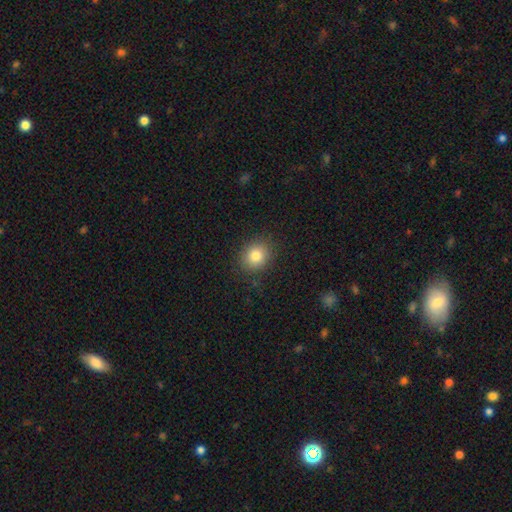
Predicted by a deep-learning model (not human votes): Smooth or featured?
  - smooth: 82% *
  - star or artifact: 11%
  - featured or disk: 7%
How rounded?
  - round: 68% *
  - in between: 32%
  - cigar-shaped: 1%
Merging?
  - none: 87% *
  - minor disturbance: 9%
  - major disturbance: 3%
  - merger: 1%